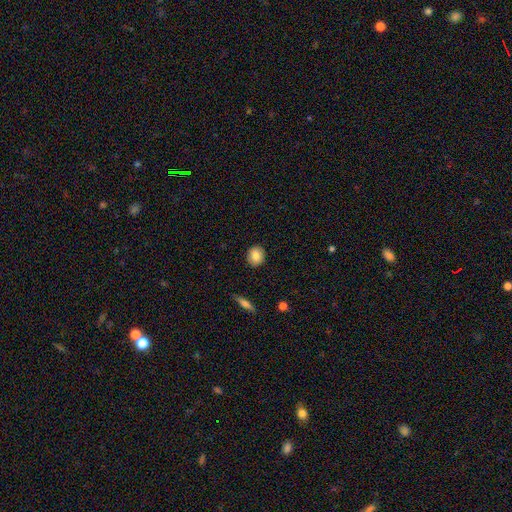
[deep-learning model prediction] Smooth or featured: smooth — 83% (featured or disk — 9%)
How rounded: round — 73% (in between — 26%)
Merging: none — 90% (minor disturbance — 7%)